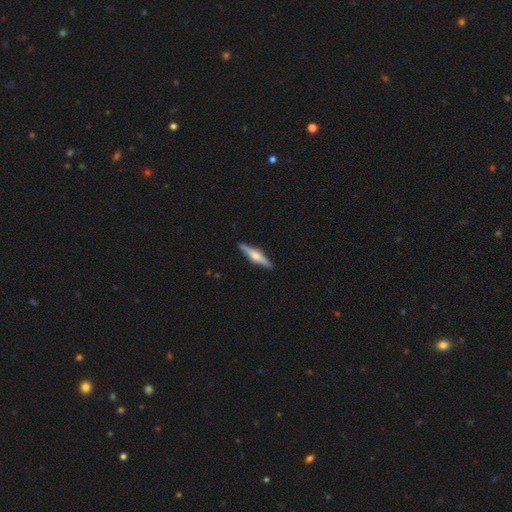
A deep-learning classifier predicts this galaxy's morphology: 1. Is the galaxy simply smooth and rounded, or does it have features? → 60% featured or disk, 34% smooth, 5% star or artifact.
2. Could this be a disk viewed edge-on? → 97% yes, 3% no.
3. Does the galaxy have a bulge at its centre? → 86% rounded, 9% boxy, 5% none.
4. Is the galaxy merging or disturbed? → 90% none, 7% minor disturbance, 2% major disturbance, 1% merger.